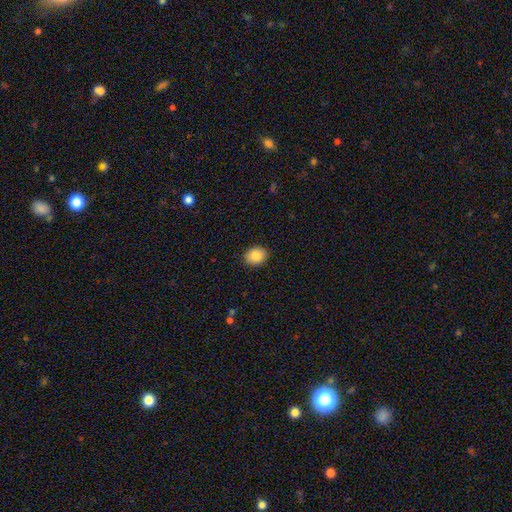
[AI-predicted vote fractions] Morphology: type=smooth (86%); roundness=round (52%); merging=none (90%).